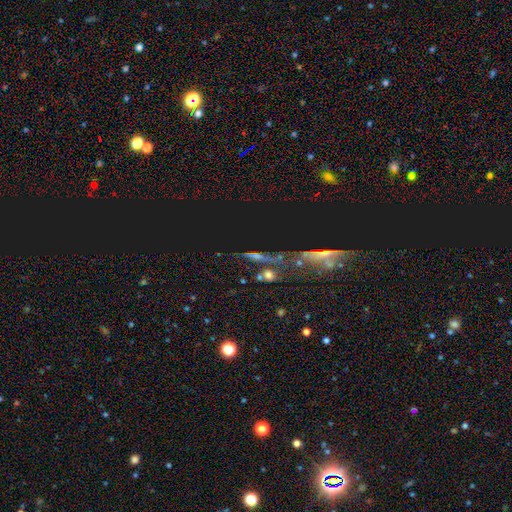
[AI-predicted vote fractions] A star or artifact, not a galaxy (40%).